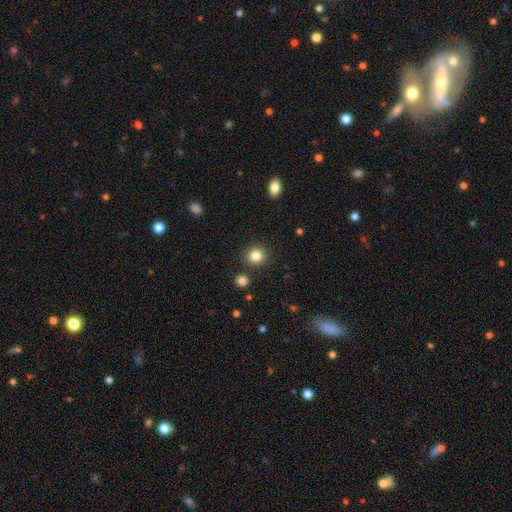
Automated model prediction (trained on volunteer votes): Smooth or featured? Predicted: smooth (p=0.83). How rounded? Predicted: round (p=0.88). Merging? Predicted: none (p=0.88).